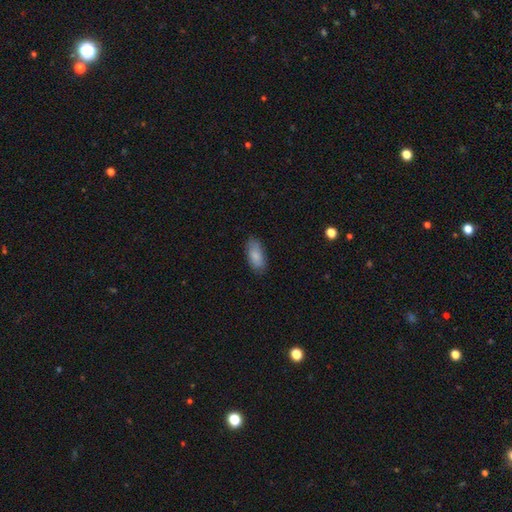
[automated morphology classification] This appears to be a smooth galaxy with no disk features (86%) that is in between round and cigar-shaped (89%). Merging: none (82%).